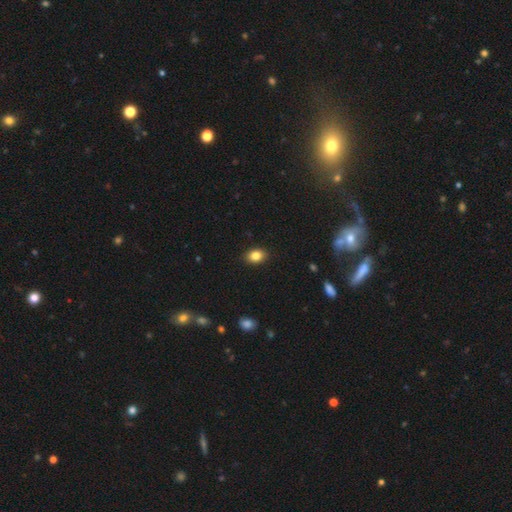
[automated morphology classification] Smooth or featured? Predicted: smooth (p=0.84). How rounded? Predicted: in between (p=0.74). Merging? Predicted: none (p=0.89).